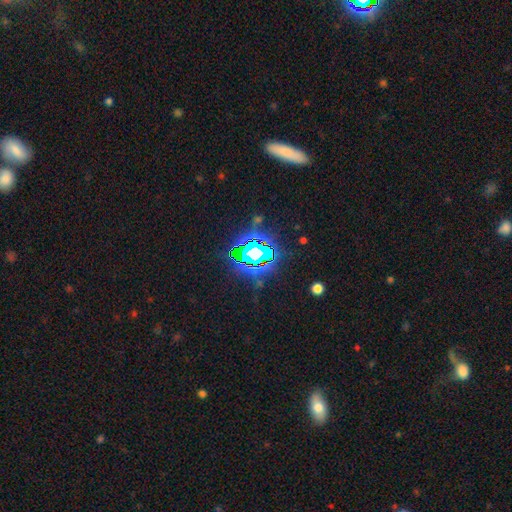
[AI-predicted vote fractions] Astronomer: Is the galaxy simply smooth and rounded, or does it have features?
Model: star or artifact — 76%.